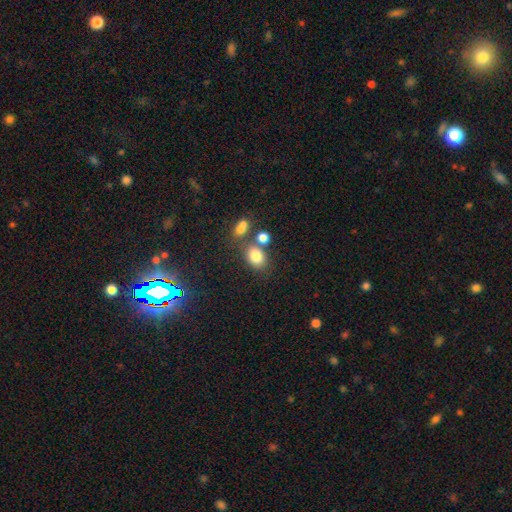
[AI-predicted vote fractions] The model was most divided on "how rounded": in between: 64%, round: 35%, cigar-shaped: 1%. More confident: smooth or featured — smooth (80%); merging — none (59%).